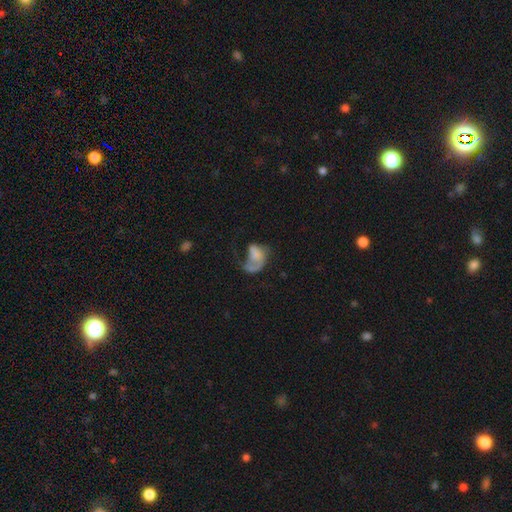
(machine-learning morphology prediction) Smooth or featured? smooth (46%)
Merging? major disturbance (54%)